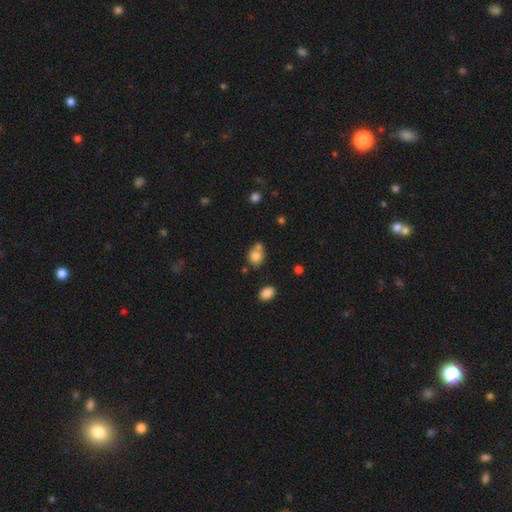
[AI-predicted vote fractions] smooth 79%, star or artifact 11%, featured or disk 10%. Down the decision tree: how rounded — round (63%); merging — none (45%).